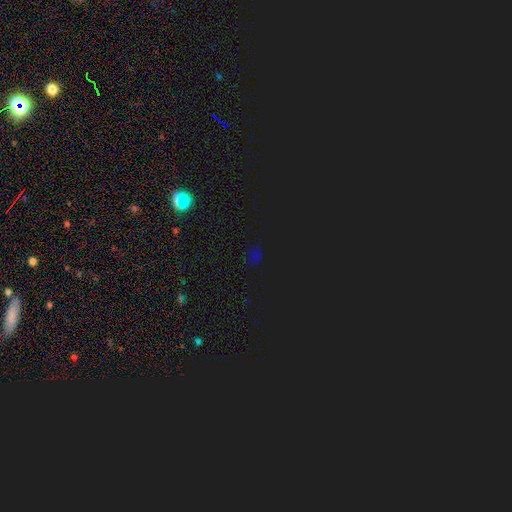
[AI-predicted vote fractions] Smooth or featured?
  - star or artifact: 70% *
  - smooth: 24%
  - featured or disk: 6%